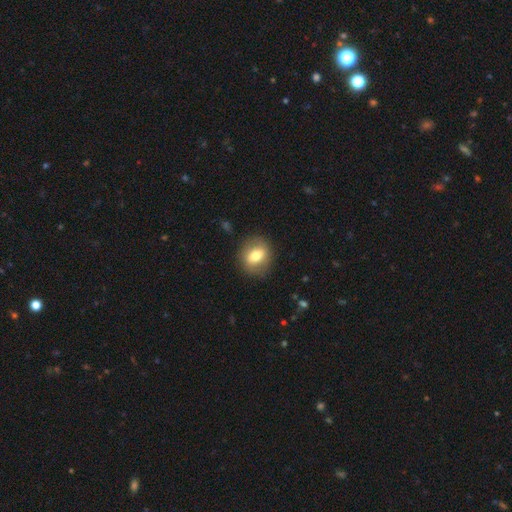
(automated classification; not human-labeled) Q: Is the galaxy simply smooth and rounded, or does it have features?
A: smooth — 69%.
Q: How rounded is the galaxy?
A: round — 61%.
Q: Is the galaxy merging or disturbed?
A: none — 85%.